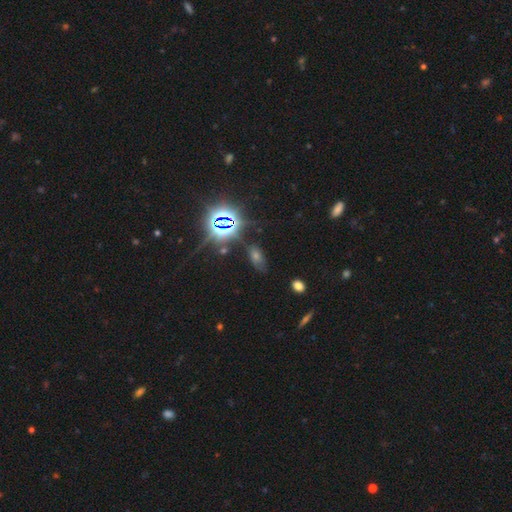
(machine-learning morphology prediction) smooth-or-featured: star or artifact: 54% | smooth: 32% | featured or disk: 14%